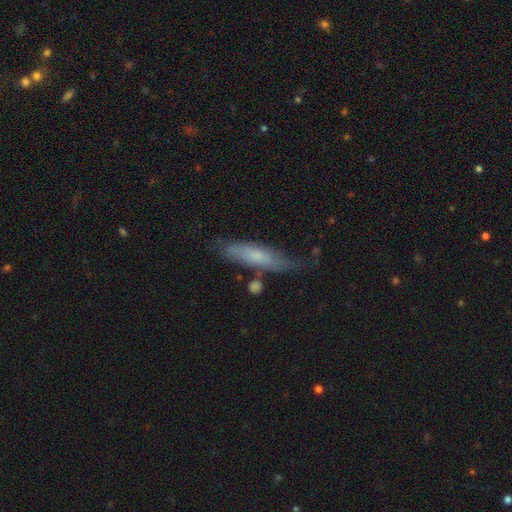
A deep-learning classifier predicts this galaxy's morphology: smooth_or_featured: smooth (p=0.60) [alt: featured or disk p=0.34]
how_rounded: cigar-shaped (p=0.71) [alt: in between p=0.27]
merging: none (p=0.62) [alt: minor disturbance p=0.25]